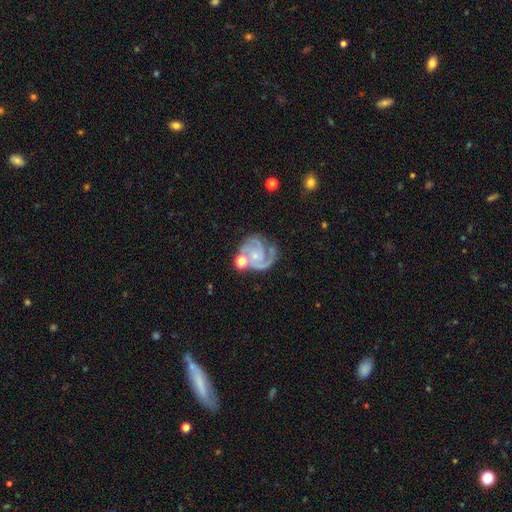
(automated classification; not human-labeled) Morphology: type=featured or disk (89%); edge-on=no (98%); bar=no (71%); spiral arms=yes (98%); winding=tight (55%); arm count=2 (49%); bulge=small (72%); merging=none (59%).